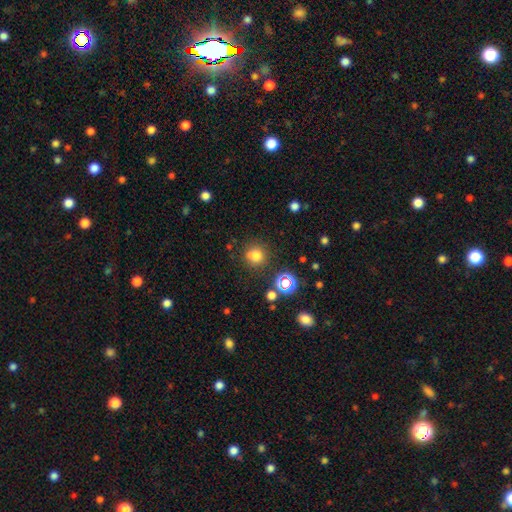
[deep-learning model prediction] Smooth or featured: smooth — 73% (star or artifact — 19%)
How rounded: round — 86% (in between — 13%)
Merging: none — 70% (minor disturbance — 13%)